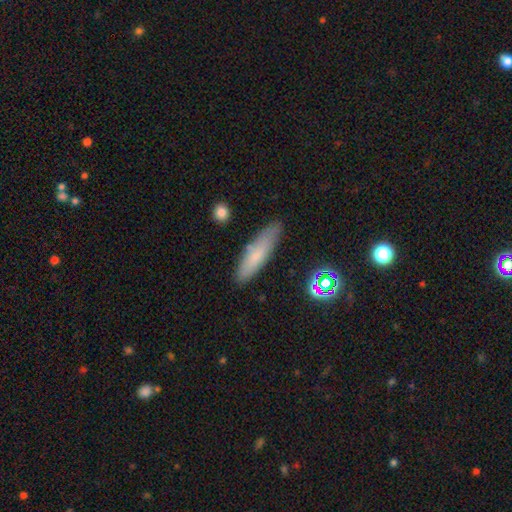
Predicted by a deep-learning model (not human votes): Smooth or featured? smooth (73%)
How rounded? cigar-shaped (70%)
Merging? none (81%)